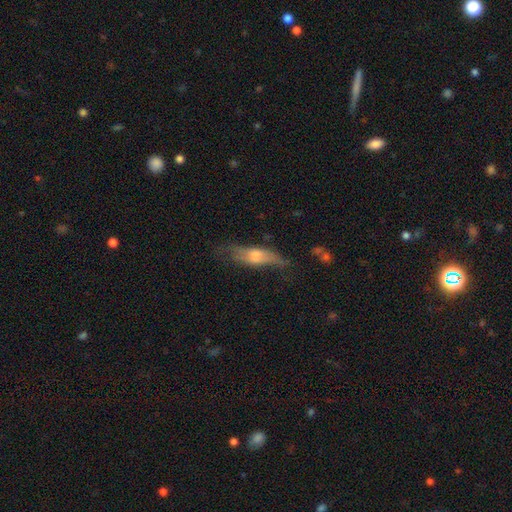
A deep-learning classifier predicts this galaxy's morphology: Overall: smooth (49%; featured or disk 43%). Merging: none (51%; minor disturbance 28%).